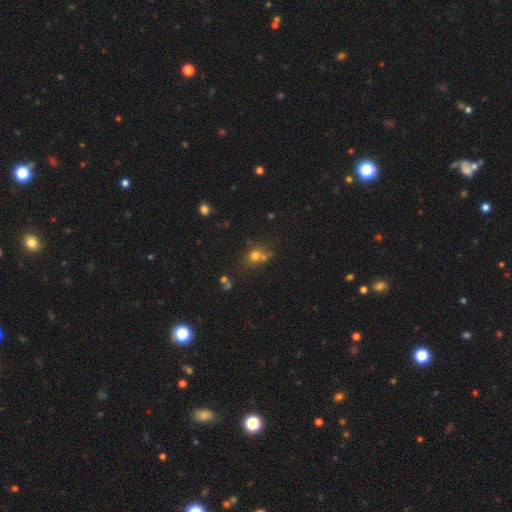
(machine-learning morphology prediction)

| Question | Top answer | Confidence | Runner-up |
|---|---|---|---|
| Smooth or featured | smooth | 68% | star or artifact (19%) |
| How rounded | round | 76% | in between (23%) |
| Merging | none | 53% | merger (27%) |